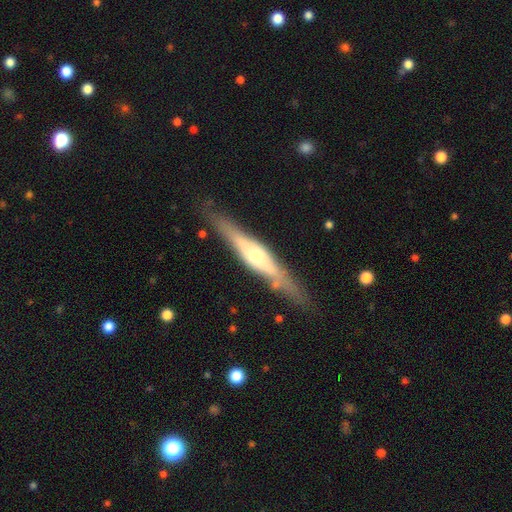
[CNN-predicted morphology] smooth-or-featured: featured or disk: 69% | smooth: 26% | star or artifact: 6%
  disk-edge-on: yes: 93% | no: 7%
    edge-on-bulge: rounded: 79% | boxy: 14% | none: 8%
  merging: none: 81% | minor disturbance: 13% | major disturbance: 3% | merger: 3%